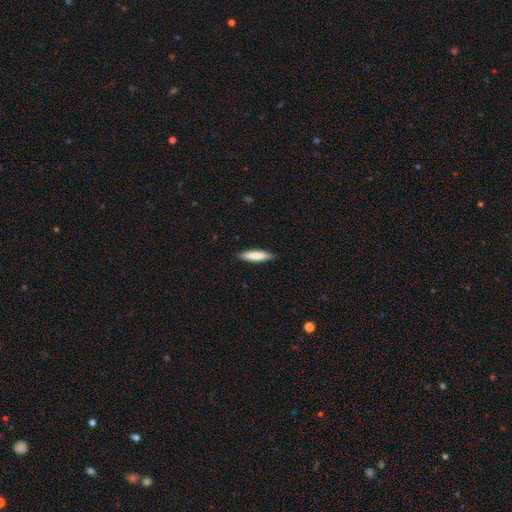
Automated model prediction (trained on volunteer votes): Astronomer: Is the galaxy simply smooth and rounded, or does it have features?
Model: smooth — 83%.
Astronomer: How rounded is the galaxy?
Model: cigar-shaped — 78%.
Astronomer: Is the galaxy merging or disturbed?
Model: none — 89%.